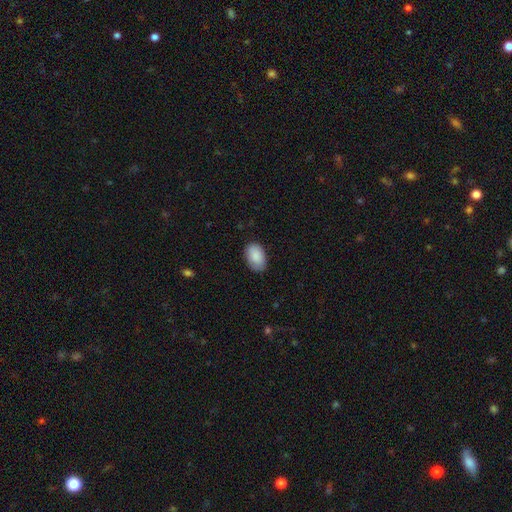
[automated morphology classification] Smooth or featured? smooth (89%)
How rounded? in between (91%)
Merging? none (83%)